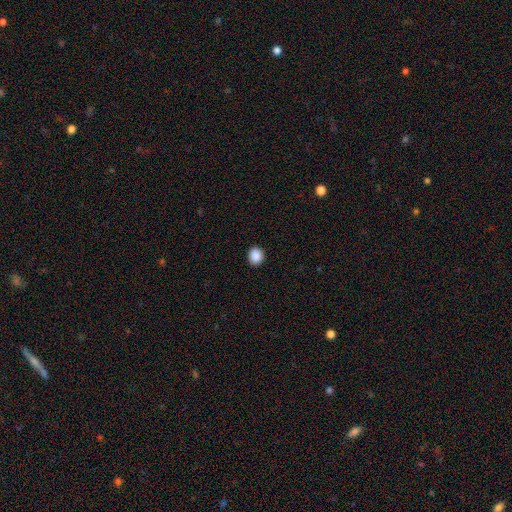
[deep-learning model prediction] Smooth or featured?
  - smooth: 89% *
  - star or artifact: 9%
  - featured or disk: 3%
How rounded?
  - round: 76% *
  - in between: 23%
  - cigar-shaped: 1%
Merging?
  - none: 91% *
  - minor disturbance: 6%
  - major disturbance: 2%
  - merger: 1%